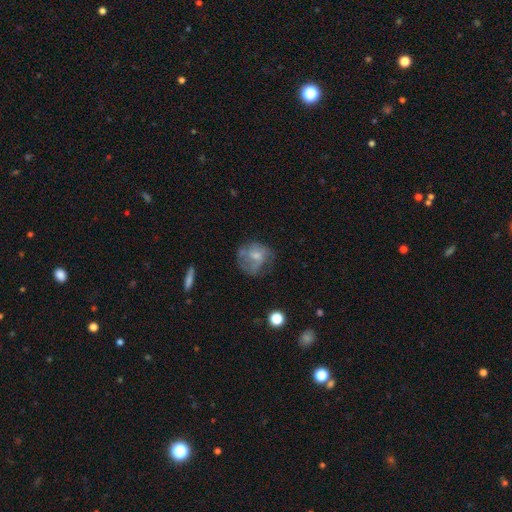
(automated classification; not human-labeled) featured or disk 45% (tied), smooth 45% (tied), star or artifact 10%. Down the decision tree: merging — none (44%).